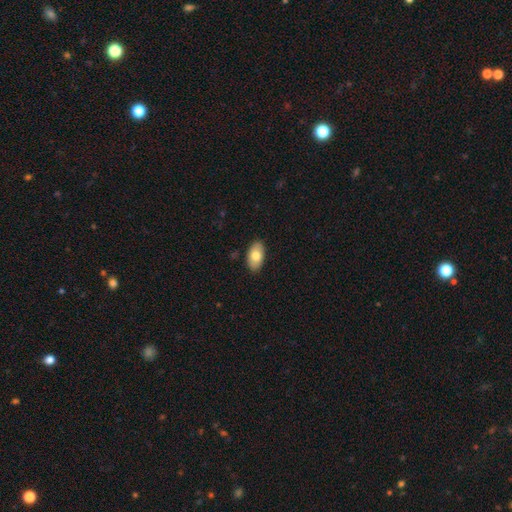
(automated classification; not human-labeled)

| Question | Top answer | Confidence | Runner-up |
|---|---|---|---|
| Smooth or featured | smooth | 78% | featured or disk (16%) |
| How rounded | in between | 94% | round (4%) |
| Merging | none | 88% | minor disturbance (9%) |